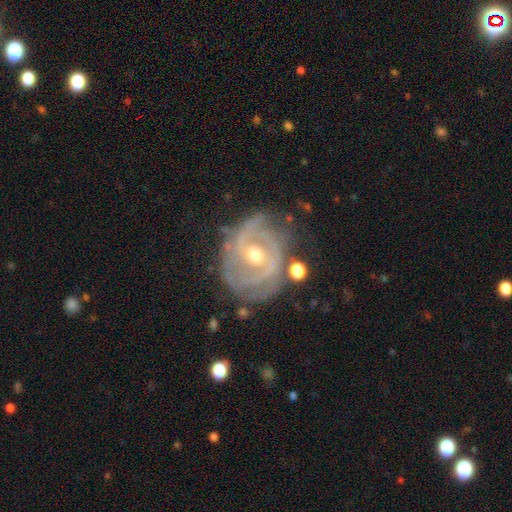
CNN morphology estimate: Smooth or featured? Predicted: featured or disk (p=0.88). Edge-on disk? Predicted: no (p=0.97). Bar? Predicted: weak (p=0.42). Spiral arms? Predicted: yes (p=0.94). Spiral winding? Predicted: tight (p=0.67). Spiral arm count? Predicted: 2 (p=0.39). Bulge size? Predicted: moderate (p=0.61). Merging? Predicted: none (p=0.70).